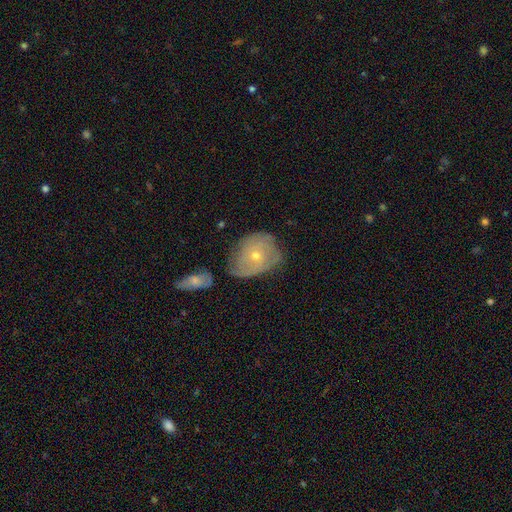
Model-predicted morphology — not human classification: Q: Smooth or featured?
A: featured or disk (63%); runner-up: smooth (29%)
Q: Edge-on disk?
A: no (95%); runner-up: yes (5%)
Q: Bar?
A: no (84%); runner-up: weak (14%)
Q: Spiral arms?
A: yes (73%); runner-up: no (27%)
Q: Bulge size?
A: small (59%); runner-up: moderate (39%)
Q: Merging?
A: none (53%); runner-up: minor disturbance (30%)